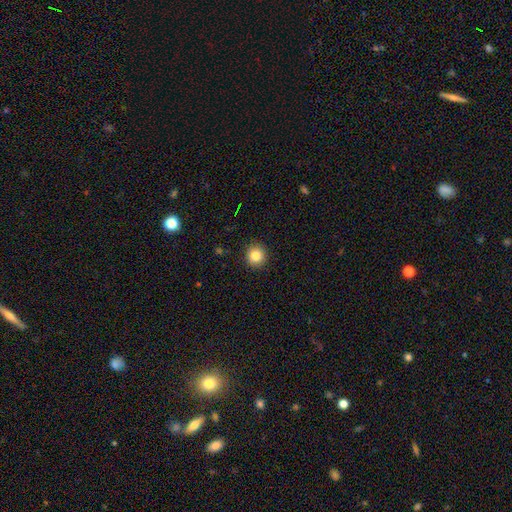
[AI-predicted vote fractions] This appears to be a smooth galaxy with no disk features (84%) that is round (93%). Merging: none (92%).